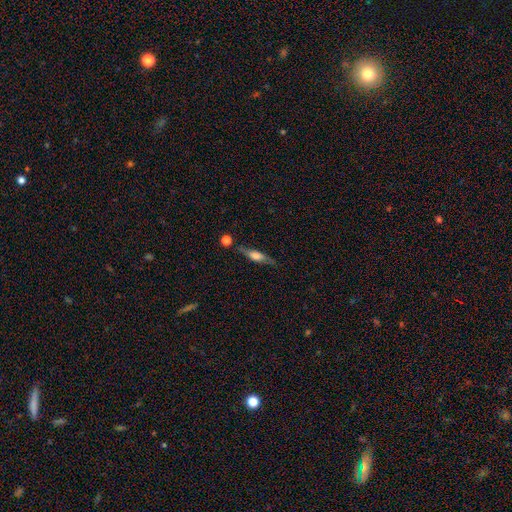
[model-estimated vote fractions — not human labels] The model was most divided on "smooth or featured": featured or disk: 55%, smooth: 37%, star or artifact: 8%. More confident: edge-on disk — yes (87%); merging — none (71%).